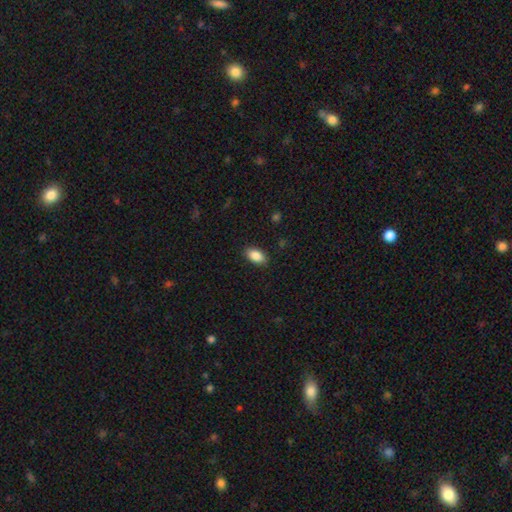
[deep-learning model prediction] The model was most divided on "merging": none: 88%, minor disturbance: 9%, major disturbance: 2%, merger: 1%. More confident: how rounded — in between (92%); smooth or featured — smooth (88%).